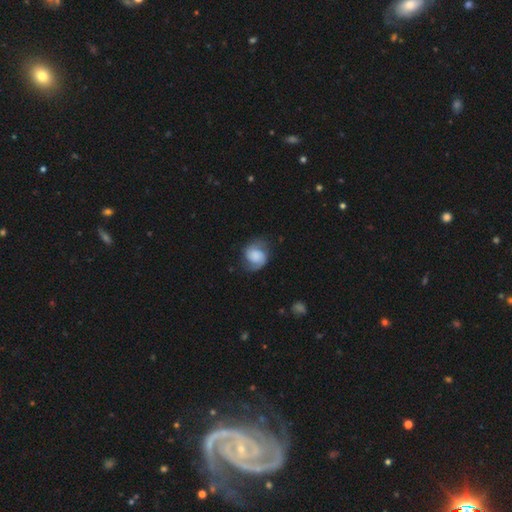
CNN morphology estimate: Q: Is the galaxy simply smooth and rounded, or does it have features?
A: featured or disk — 61%.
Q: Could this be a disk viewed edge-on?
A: no — 98%.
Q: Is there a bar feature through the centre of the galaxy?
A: no — 66%.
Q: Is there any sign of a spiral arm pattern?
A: yes — 93%.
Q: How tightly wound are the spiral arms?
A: medium — 45%.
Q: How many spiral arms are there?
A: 2 — 84%.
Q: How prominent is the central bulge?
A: none — 32%.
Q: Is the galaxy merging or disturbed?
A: none — 68%.